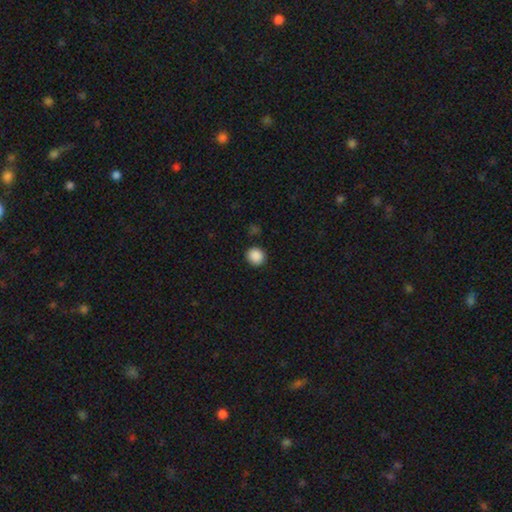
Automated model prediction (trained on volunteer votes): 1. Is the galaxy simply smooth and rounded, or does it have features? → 88% smooth, 9% star or artifact, 2% featured or disk.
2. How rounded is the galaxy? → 88% round, 11% in between, 1% cigar-shaped.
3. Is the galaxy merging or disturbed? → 89% none, 7% minor disturbance, 2% major disturbance, 2% merger.